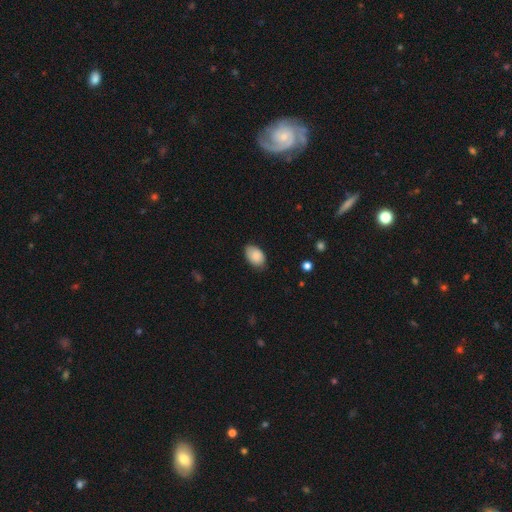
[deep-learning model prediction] smooth_or_featured: smooth (p=0.88) [alt: star or artifact p=0.07]
how_rounded: in between (p=0.90) [alt: round p=0.09]
merging: none (p=0.77) [alt: minor disturbance p=0.19]